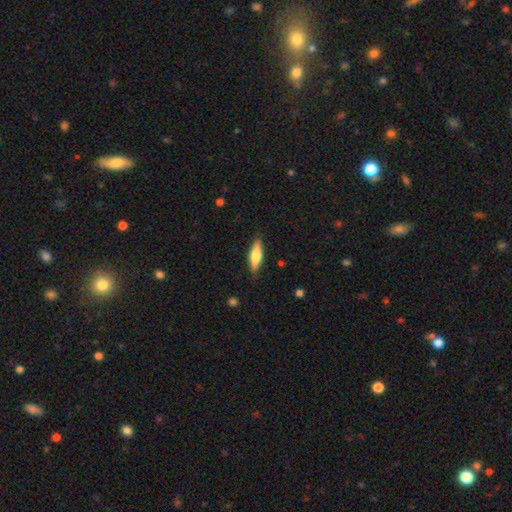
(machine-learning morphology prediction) Smooth or featured? Predicted: smooth (p=0.61). How rounded? Predicted: cigar-shaped (p=0.52). Merging? Predicted: none (p=0.86).